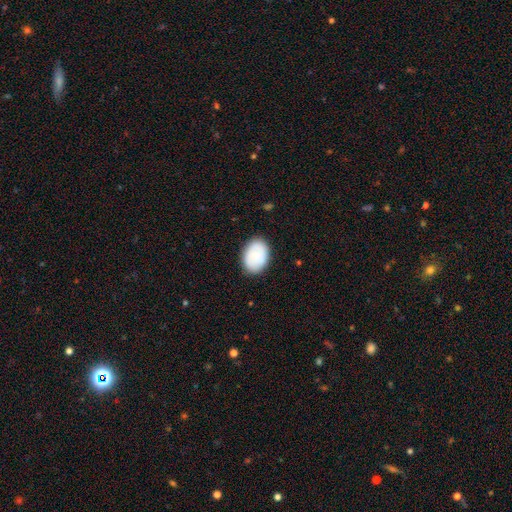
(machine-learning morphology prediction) smooth_or_featured: smooth (p=0.79) [alt: featured or disk p=0.14]
how_rounded: in between (p=0.79) [alt: round p=0.20]
merging: none (p=0.85) [alt: minor disturbance p=0.11]